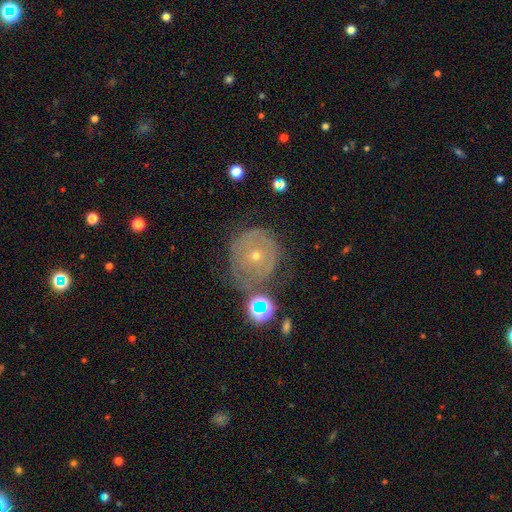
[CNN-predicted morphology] Smooth or featured: featured or disk — 61% (smooth — 26%)
Edge-on disk: no — 96% (yes — 4%)
Bar: no — 83% (weak — 13%)
Spiral arms: yes — 68% (no — 32%)
Bulge size: small — 68% (moderate — 29%)
Merging: none — 63% (minor disturbance — 20%)